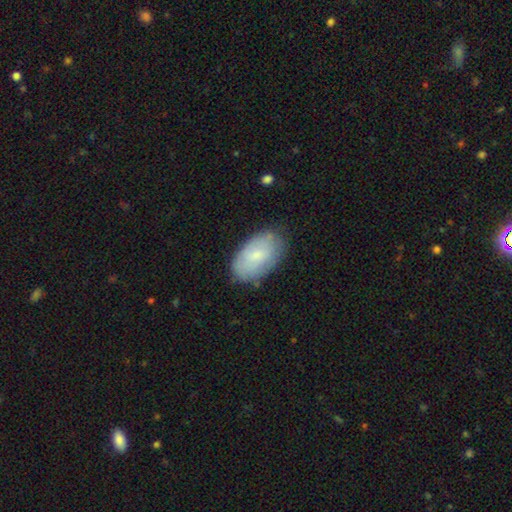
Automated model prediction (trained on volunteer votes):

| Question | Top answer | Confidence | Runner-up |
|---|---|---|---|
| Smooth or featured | smooth | 71% | featured or disk (23%) |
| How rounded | in between | 94% | round (4%) |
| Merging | none | 74% | minor disturbance (20%) |